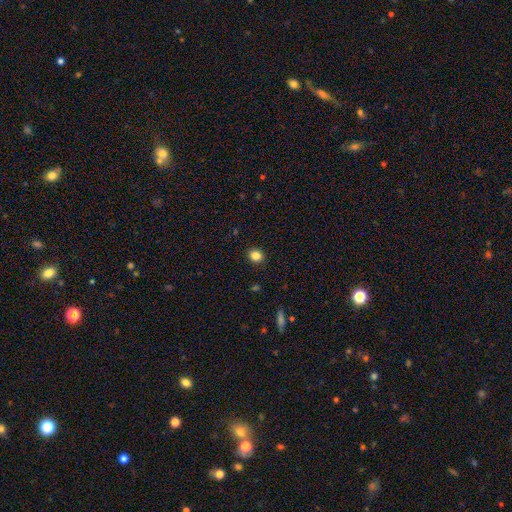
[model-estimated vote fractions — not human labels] Smooth or featured?
  - smooth: 84% *
  - star or artifact: 11%
  - featured or disk: 5%
How rounded?
  - round: 72% *
  - in between: 27%
  - cigar-shaped: 1%
Merging?
  - none: 91% *
  - minor disturbance: 6%
  - major disturbance: 2%
  - merger: 1%